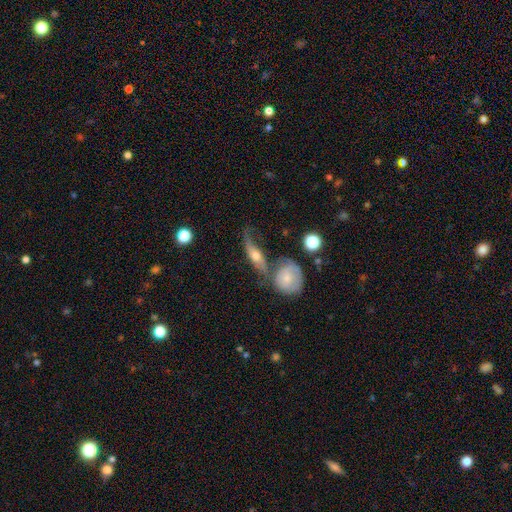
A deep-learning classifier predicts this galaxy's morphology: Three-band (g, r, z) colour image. It shows a featured or disk galaxy (58%). Merging: none (38%).